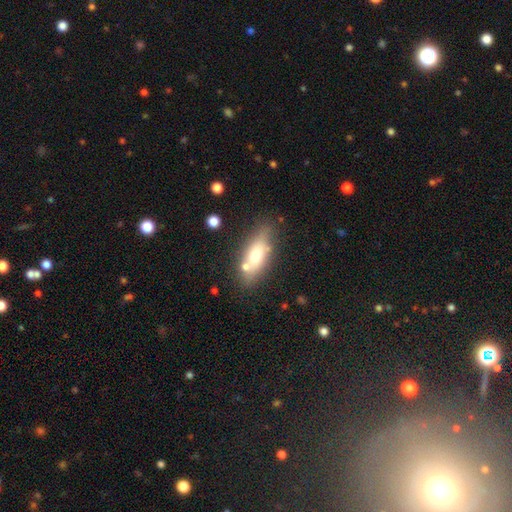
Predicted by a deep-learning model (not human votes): Smooth or featured? smooth (64%)
How rounded? in between (68%)
Merging? none (63%)